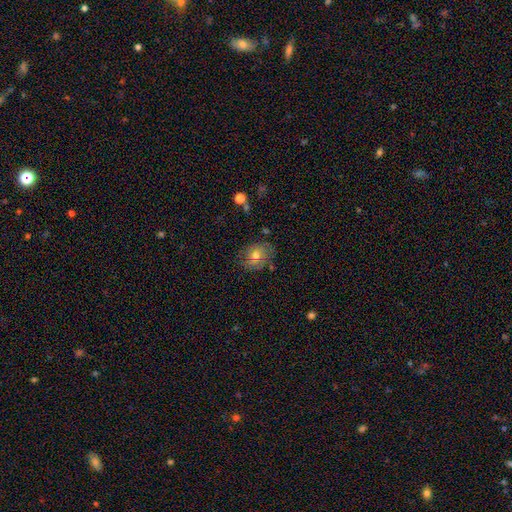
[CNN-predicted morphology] smooth-or-featured: smooth: 58% | featured or disk: 31% | star or artifact: 10%
  how-rounded: round: 52% | in between: 47% | cigar-shaped: 1%
  merging: none: 70% | minor disturbance: 21% | major disturbance: 7% | merger: 3%